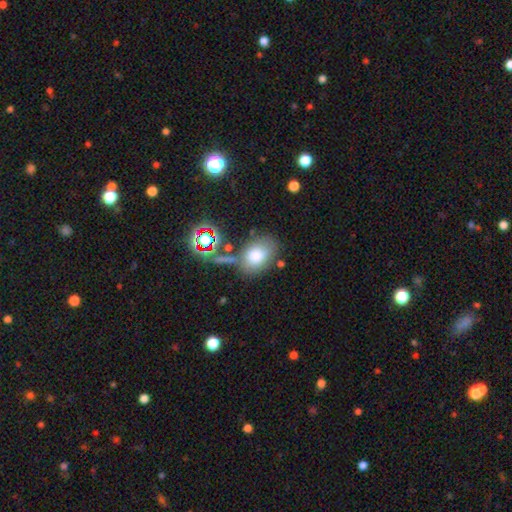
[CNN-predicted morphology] Smooth or featured? smooth (74%)
How rounded? in between (73%)
Merging? none (65%)